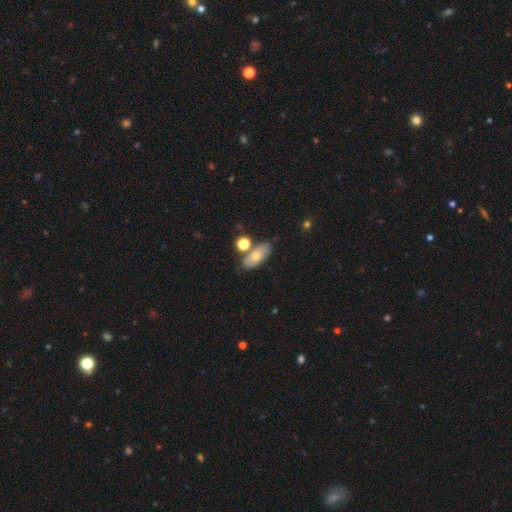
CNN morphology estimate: smooth-or-featured: smooth: 69% | featured or disk: 23% | star or artifact: 8%
  how-rounded: in between: 85% | round: 8% | cigar-shaped: 8%
  merging: none: 69% | merger: 14% | minor disturbance: 13% | major disturbance: 4%